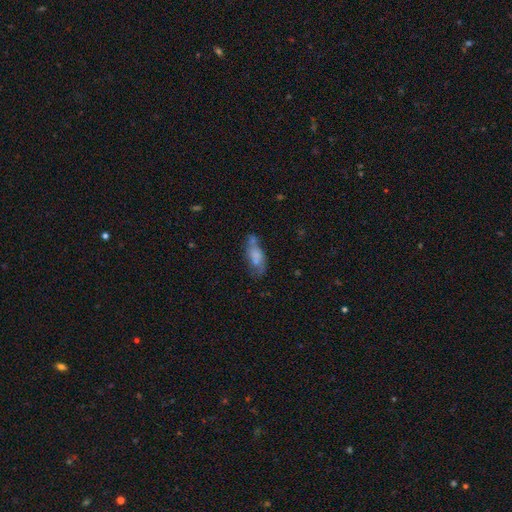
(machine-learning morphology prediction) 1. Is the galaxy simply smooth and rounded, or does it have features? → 62% smooth, 28% featured or disk, 9% star or artifact.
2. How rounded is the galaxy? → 72% in between, 24% cigar-shaped, 4% round.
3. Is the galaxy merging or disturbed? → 45% none, 23% minor disturbance, 20% merger, 12% major disturbance.